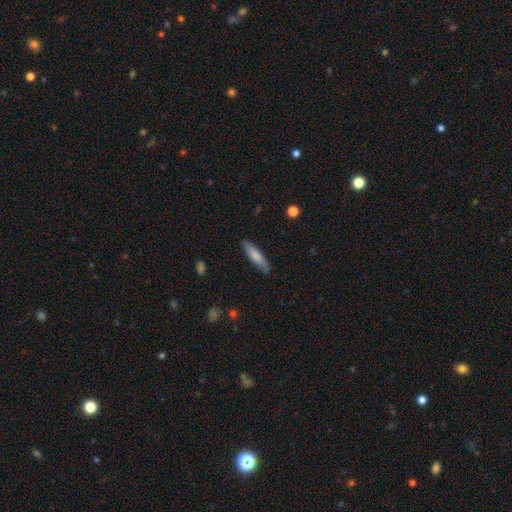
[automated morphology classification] type=smooth (71%); roundness=cigar-shaped (78%); merging=none (84%).